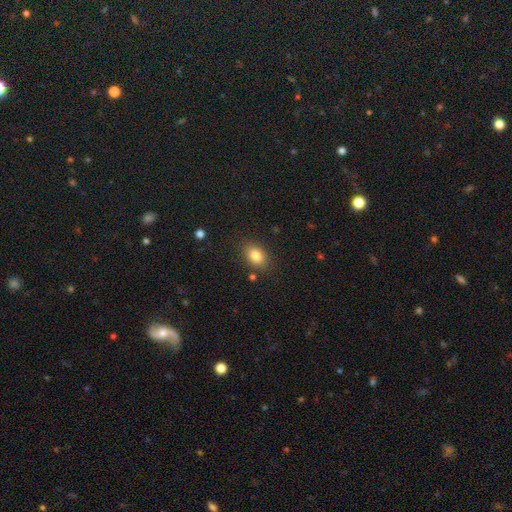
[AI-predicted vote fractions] Morphology: type=smooth (82%); roundness=in between (74%); merging=none (84%).